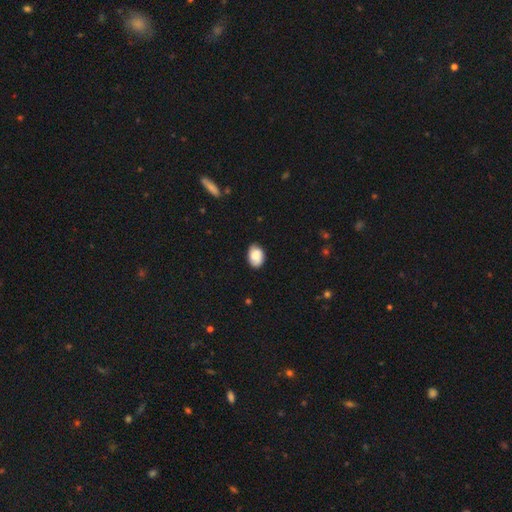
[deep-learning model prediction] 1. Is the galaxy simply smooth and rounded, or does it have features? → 75% smooth, 17% featured or disk, 8% star or artifact.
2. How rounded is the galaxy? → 83% in between, 16% round, 1% cigar-shaped.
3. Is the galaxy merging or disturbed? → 79% none, 17% minor disturbance, 3% major disturbance, 1% merger.